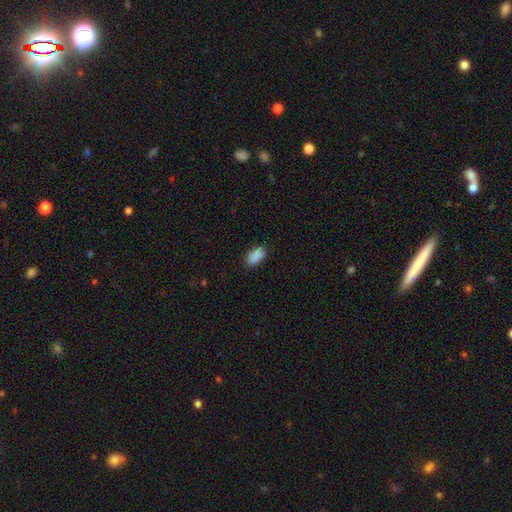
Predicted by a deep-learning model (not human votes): Smooth or featured?
  - smooth: 90% *
  - star or artifact: 7%
  - featured or disk: 3%
How rounded?
  - in between: 93% *
  - round: 4%
  - cigar-shaped: 3%
Merging?
  - none: 86% *
  - minor disturbance: 11%
  - major disturbance: 2%
  - merger: 1%